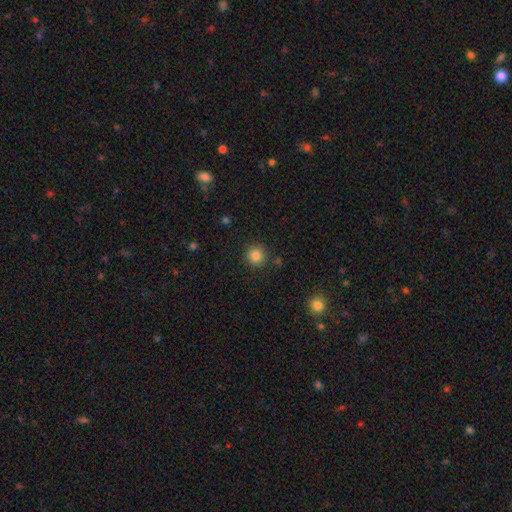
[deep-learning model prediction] smooth-or-featured: smooth: 83% | star or artifact: 11% | featured or disk: 6%
  how-rounded: round: 94% | in between: 5% | cigar-shaped: 1%
  merging: none: 90% | minor disturbance: 6% | merger: 2% | major disturbance: 2%